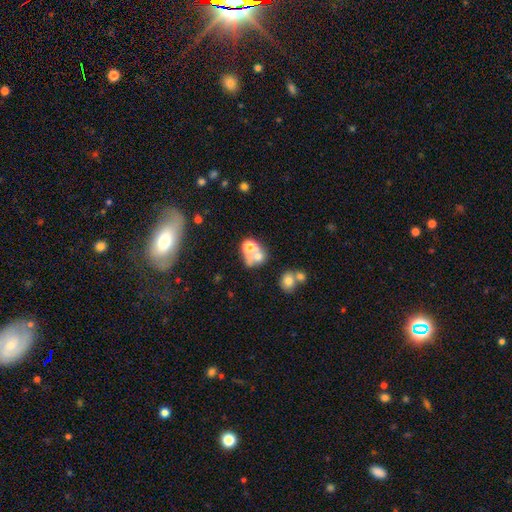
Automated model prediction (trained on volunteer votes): Overall: smooth (58%; featured or disk 26%). How rounded: round (56%; in between 43%). Merging: merger (58%; none 26%).